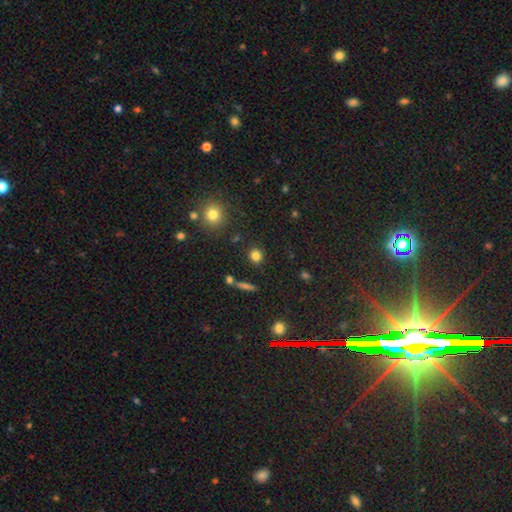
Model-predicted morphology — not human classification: Smooth or featured: smooth — 81% (star or artifact — 13%)
How rounded: round — 86% (in between — 12%)
Merging: none — 87% (minor disturbance — 7%)